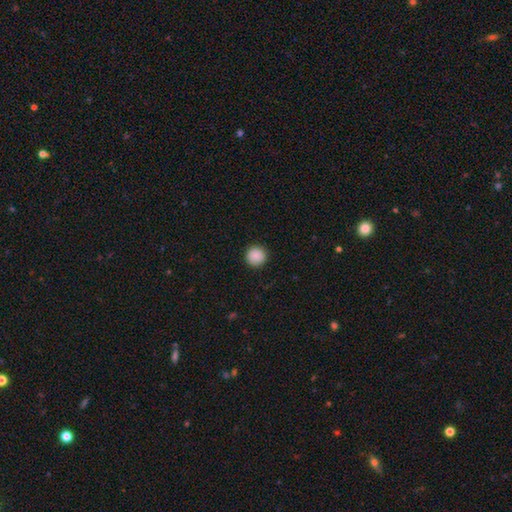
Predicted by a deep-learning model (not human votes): Morphology: type=smooth (89%); roundness=round (95%); merging=none (91%).